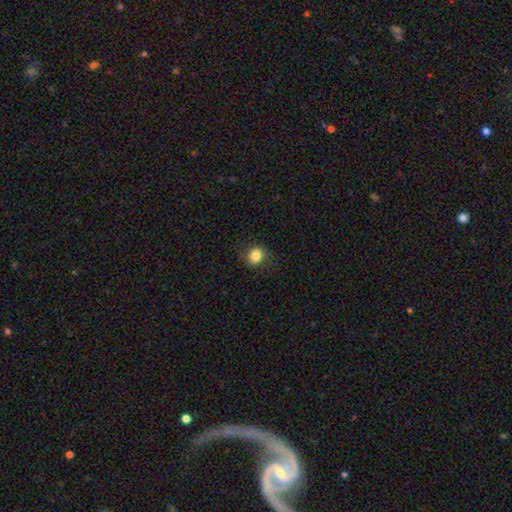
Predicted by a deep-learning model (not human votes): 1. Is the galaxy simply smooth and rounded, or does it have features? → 84% smooth, 11% star or artifact, 6% featured or disk.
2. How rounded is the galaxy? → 72% round, 28% in between, 1% cigar-shaped.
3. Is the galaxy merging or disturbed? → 84% none, 12% minor disturbance, 4% major disturbance, 1% merger.